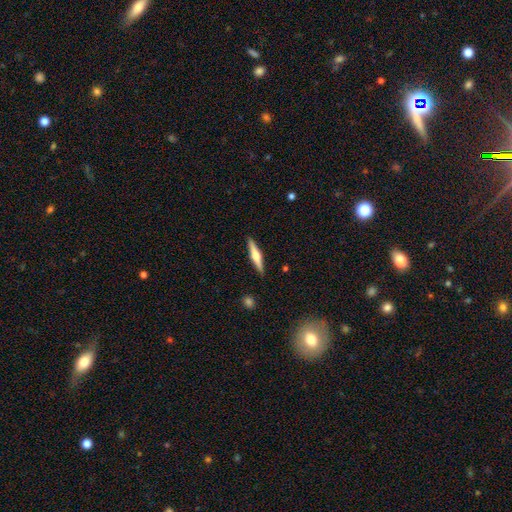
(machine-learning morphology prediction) smooth_or_featured: featured or disk (p=0.61) [alt: smooth p=0.33]
disk_edge_on: yes (p=0.97) [alt: no p=0.03]
edge_on_bulge: rounded (p=0.89) [alt: boxy p=0.06]
merging: none (p=0.90) [alt: minor disturbance p=0.08]